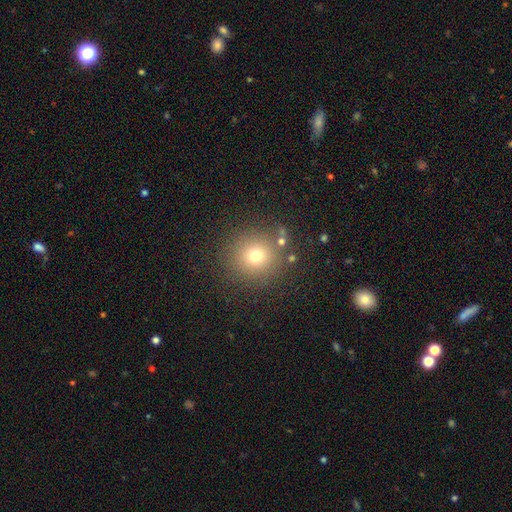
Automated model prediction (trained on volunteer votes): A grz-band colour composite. It shows a smooth galaxy with no disk features (72%) that is round (92%). Merging: none (84%).